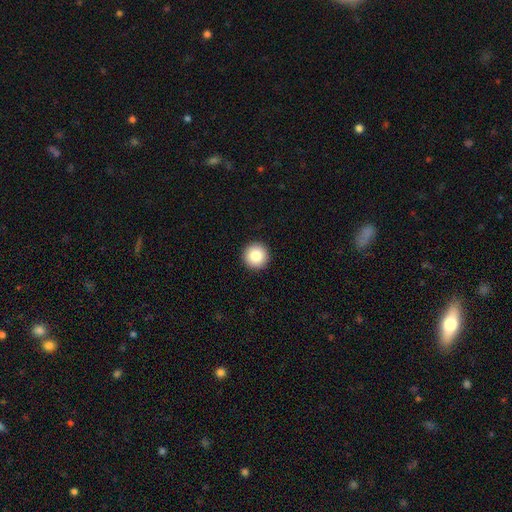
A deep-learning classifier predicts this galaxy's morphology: type=smooth (83%); roundness=round (97%); merging=none (94%).